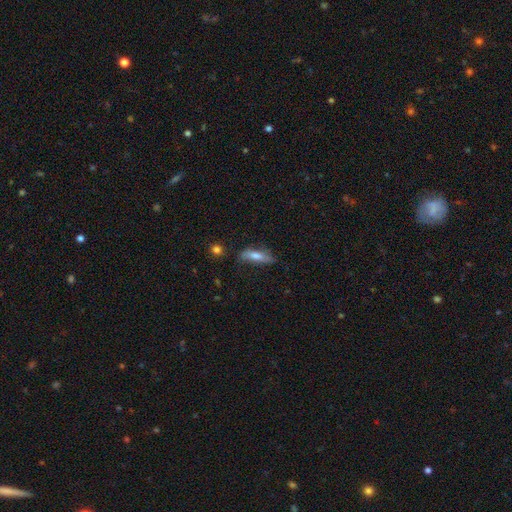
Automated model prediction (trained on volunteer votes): Overall: smooth (62%; featured or disk 29%). How rounded: cigar-shaped (59%; in between 39%). Merging: none (61%; minor disturbance 27%).